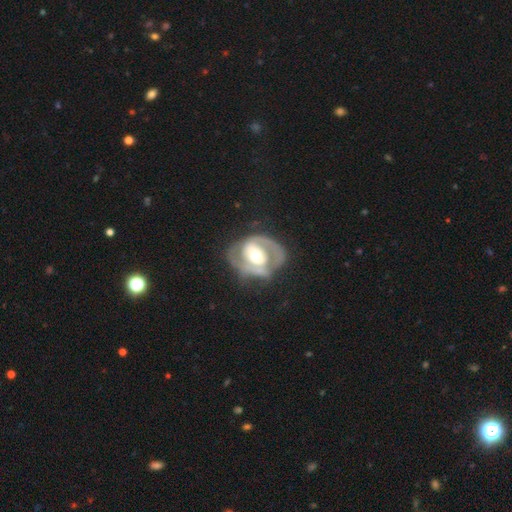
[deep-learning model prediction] Morphology: type=featured or disk (79%); edge-on=no (97%); bar=no (47%); spiral arms=yes (74%); winding=tight (45%); arm count=2 (66%); bulge=moderate (63%); merging=none (55%).